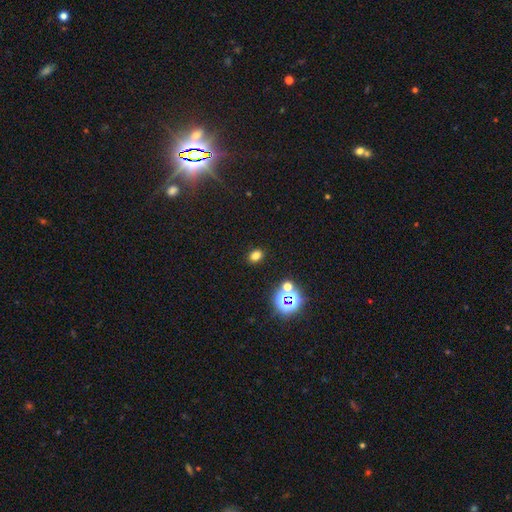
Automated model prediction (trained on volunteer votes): Overall: smooth (73%). How rounded: in between (65%; round 34%). Merging: none (87%).